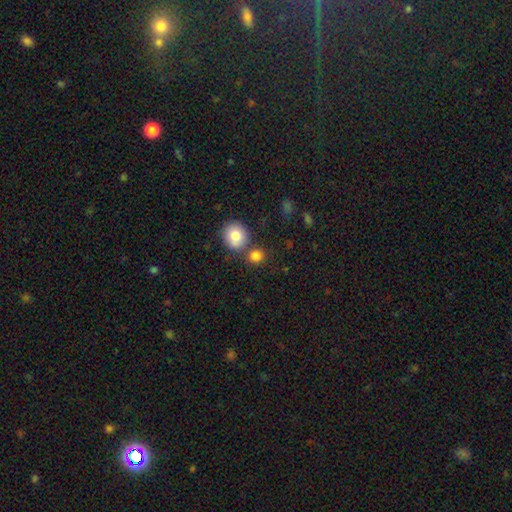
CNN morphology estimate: type=smooth (84%); roundness=round (82%); merging=none (66%).